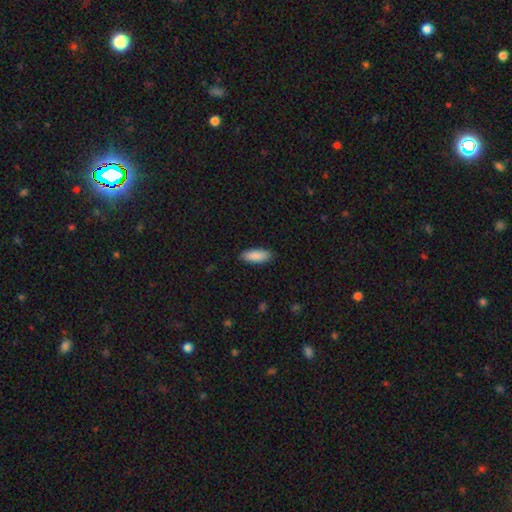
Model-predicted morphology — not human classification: This appears to be a smooth galaxy with no disk features (89%) that is in between round and cigar-shaped (75%). Merging: none (87%).